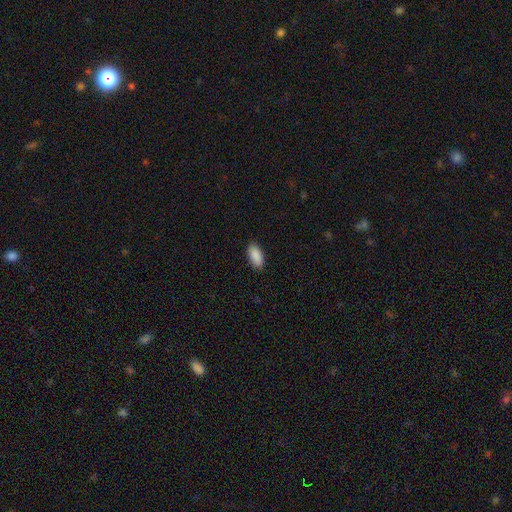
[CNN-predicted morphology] smooth 91%, star or artifact 6%, featured or disk 3%. Down the decision tree: how rounded — in between (91%); merging — none (88%).